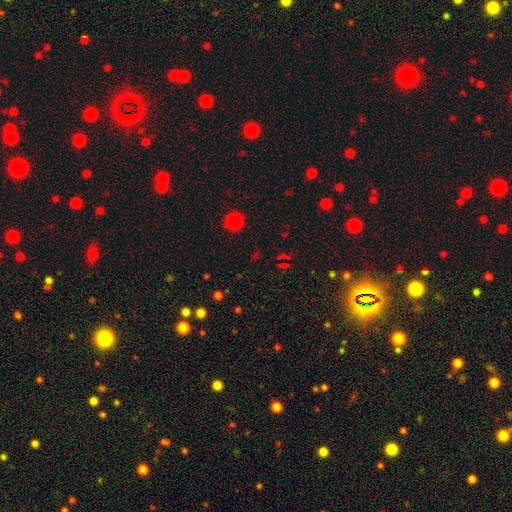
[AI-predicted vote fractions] Smooth or featured? star or artifact (62%)